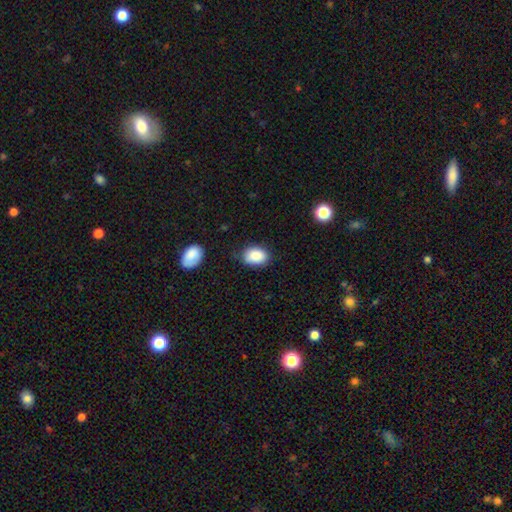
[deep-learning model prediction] Overall: smooth (88%). How rounded: in between (82%). Merging: none (78%).